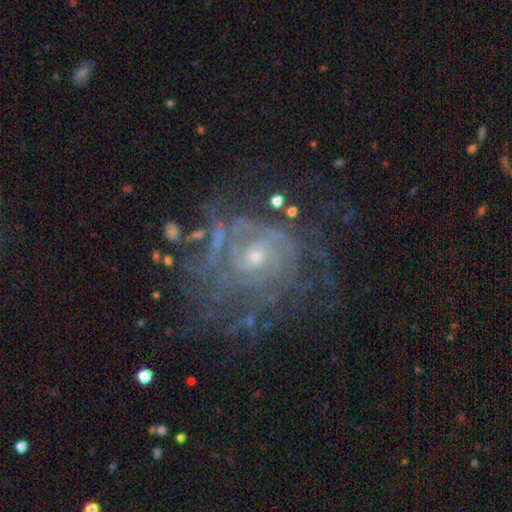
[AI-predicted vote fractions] smooth_or_featured: featured or disk (p=0.85) [alt: star or artifact p=0.09]
disk_edge_on: no (p=0.97) [alt: yes p=0.03]
bar: no (p=0.72) [alt: weak p=0.23]
has_spiral_arms: yes (p=0.93) [alt: no p=0.07]
spiral_winding: tight (p=0.69) [alt: medium p=0.24]
spiral_arm_count: can't tell (p=0.39) [alt: 2 p=0.15]
bulge_size: small (p=0.68) [alt: moderate p=0.27]
merging: none (p=0.61) [alt: minor disturbance p=0.18]